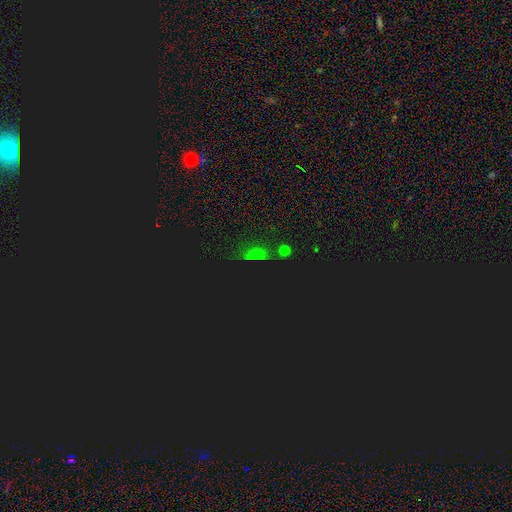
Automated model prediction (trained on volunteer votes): A star or artifact, not a galaxy (58%).